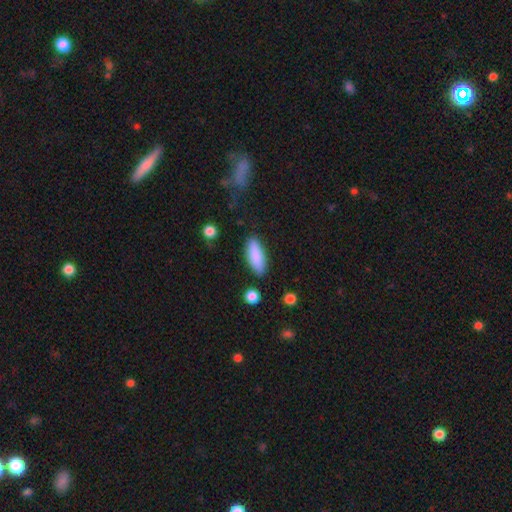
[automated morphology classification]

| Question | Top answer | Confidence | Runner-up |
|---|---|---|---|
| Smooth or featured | smooth | 87% | featured or disk (7%) |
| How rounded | in between | 69% | cigar-shaped (29%) |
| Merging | none | 83% | minor disturbance (12%) |